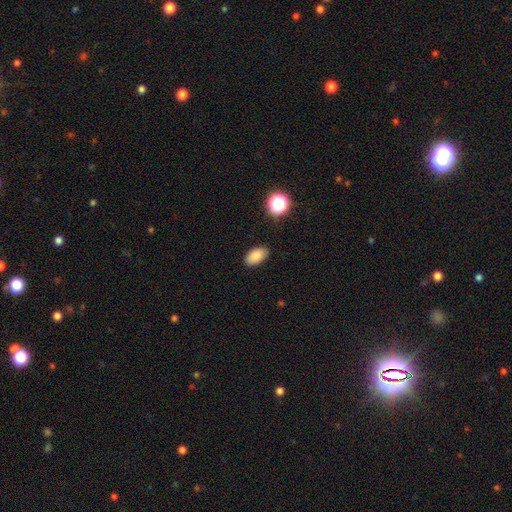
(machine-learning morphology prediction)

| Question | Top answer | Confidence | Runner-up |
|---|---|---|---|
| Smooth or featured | smooth | 85% | star or artifact (10%) |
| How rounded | in between | 92% | round (6%) |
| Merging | none | 87% | minor disturbance (9%) |